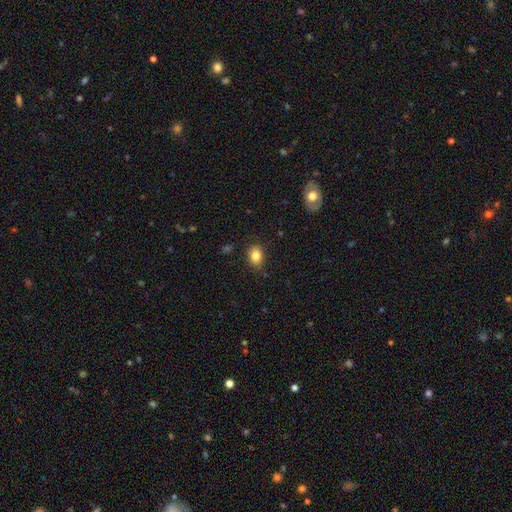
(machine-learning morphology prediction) type=smooth (83%); roundness=in between (64%); merging=none (82%).